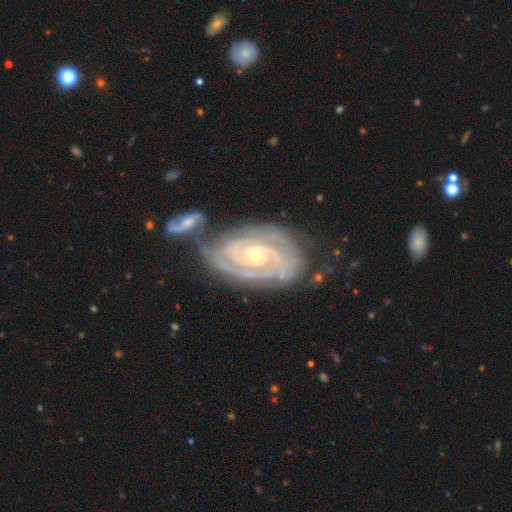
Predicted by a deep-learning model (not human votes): Morphology: type=featured or disk (90%); edge-on=no (97%); bar=no (72%); spiral arms=yes (98%); winding=tight (81%); arm count=2 (46%); bulge=small (70%); merging=none (54%).